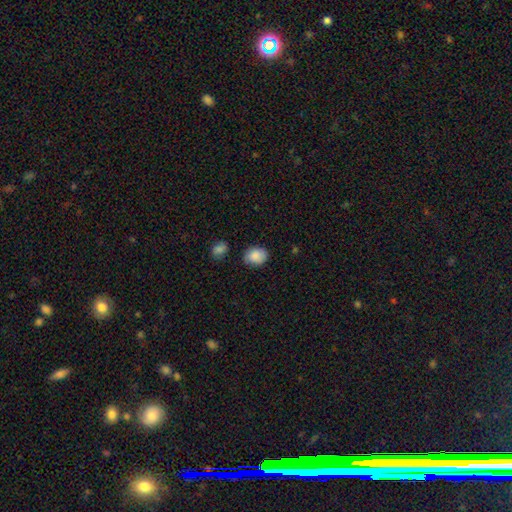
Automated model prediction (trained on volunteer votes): The model was most divided on "how rounded": in between: 59%, round: 40%, cigar-shaped: 1%. More confident: smooth or featured — smooth (87%); merging — none (79%).